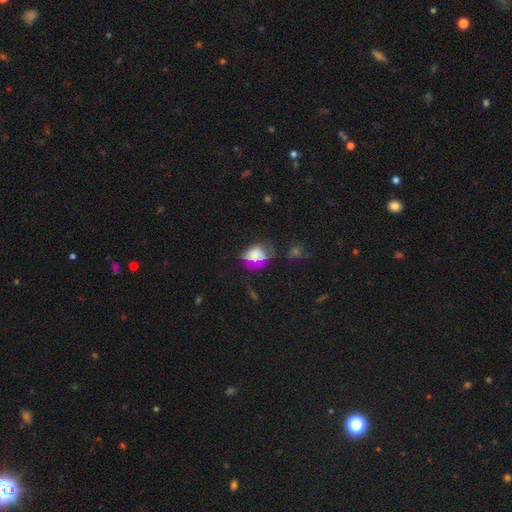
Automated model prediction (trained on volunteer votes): This is likely a smooth galaxy (61%). How rounded: possibly in between (50%). Merging: possibly none (45%).